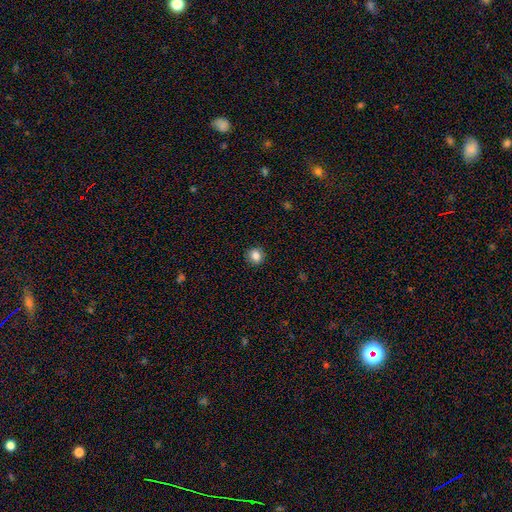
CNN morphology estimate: Overall: smooth (84%). How rounded: round (86%). Merging: none (91%).